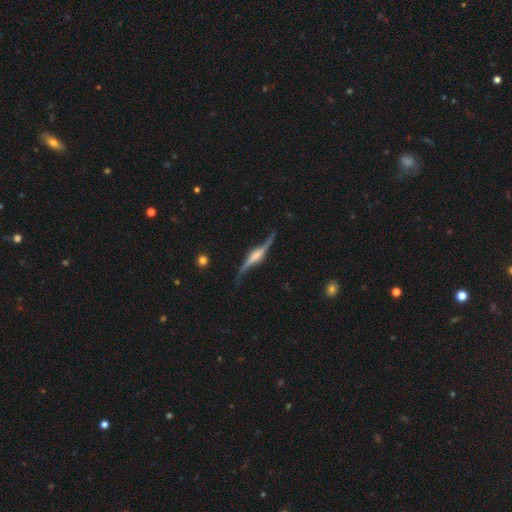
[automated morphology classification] A featured or disk galaxy (85%) viewed edge-on (85%) with a rounded central bulge (63%). Merging: none (71%).